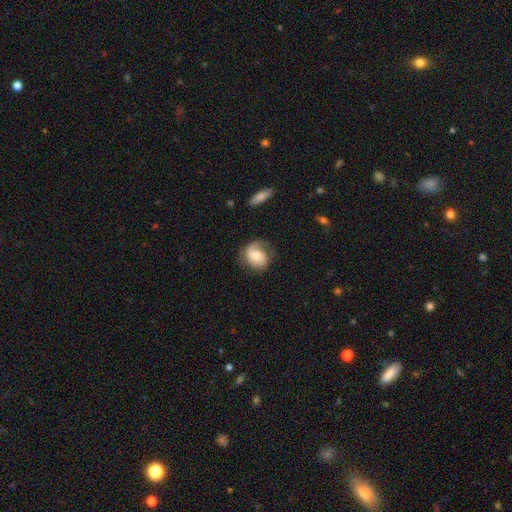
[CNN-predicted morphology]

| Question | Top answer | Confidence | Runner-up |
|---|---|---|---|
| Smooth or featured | featured or disk | 67% | smooth (27%) |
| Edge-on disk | no | 97% | yes (3%) |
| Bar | no | 61% | weak (32%) |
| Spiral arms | yes | 92% | no (8%) |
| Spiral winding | medium | 40% | tight (36%) |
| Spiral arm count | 2 | 46% | 1 (44%) |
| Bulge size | moderate | 55% | small (33%) |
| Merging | none | 64% | minor disturbance (21%) |